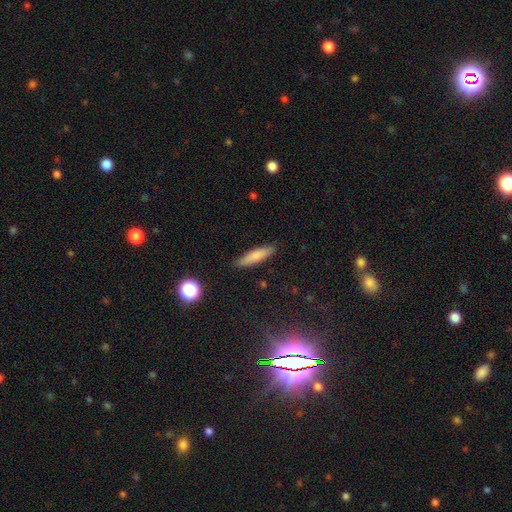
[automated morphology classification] A smooth galaxy with no disk features (77%) that is cigar-shaped (78%).

Vote fractions:
- Smooth or featured? smooth: 77% / featured or disk: 16% / star or artifact: 7%
- How rounded? cigar-shaped: 78% / in between: 20% / round: 2%
- Merging? none: 88% / minor disturbance: 9% / major disturbance: 2% / merger: 1%